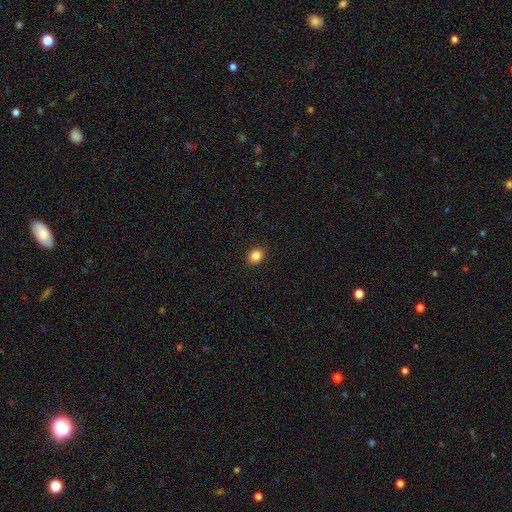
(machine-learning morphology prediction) Overall: smooth (85%). How rounded: round (71%). Merging: none (91%).